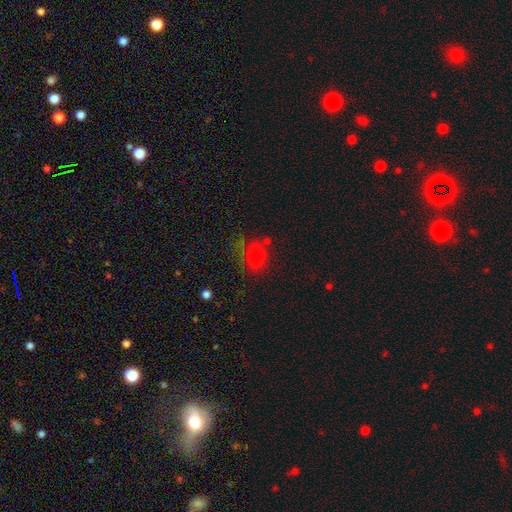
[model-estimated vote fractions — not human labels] Smooth or featured? smooth (70%)
How rounded? round (75%)
Merging? none (61%)